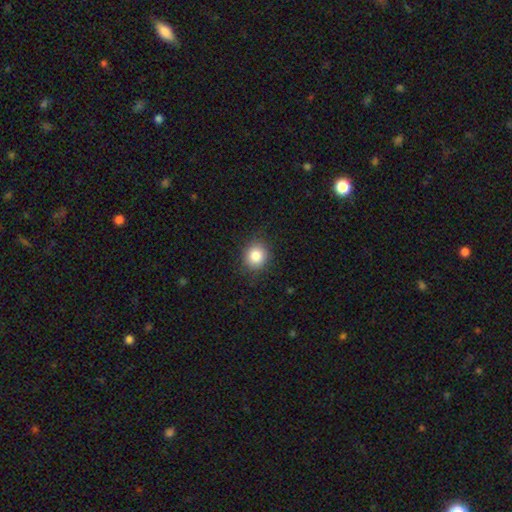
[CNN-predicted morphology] Overall: smooth (83%). How rounded: round (84%). Merging: none (86%).